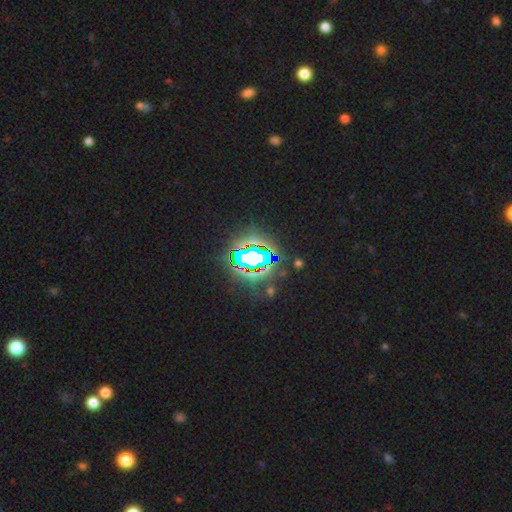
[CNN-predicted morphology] Smooth or featured? star or artifact (73%)